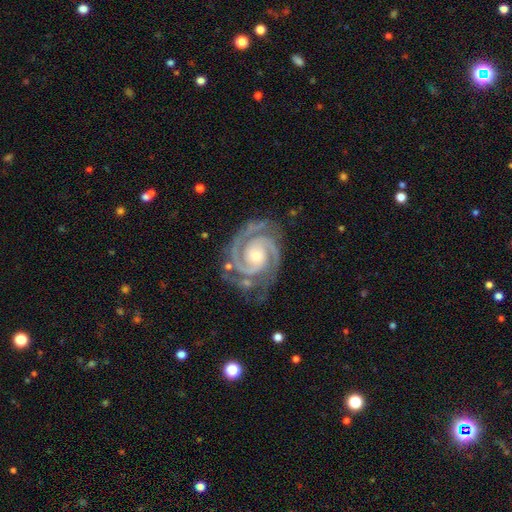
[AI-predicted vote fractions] A featured or disk galaxy (94%) with no bar (65%), 2 (75%) tight (68%) spiral arms (99%) and a small central bulge (49%). Merging: none (76%).